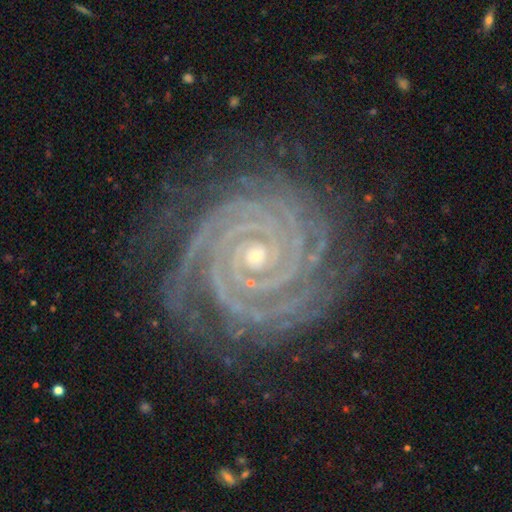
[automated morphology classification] The model was most divided on "spiral arm count": 2: 23%, 3: 21%, 4: 19%, more than 4: 16%, can't tell: 12%, 1: 9%. More confident: spiral arms — yes (99%); edge-on disk — no (98%); smooth or featured — featured or disk (92%); spiral winding — tight (91%); merging — none (79%); bulge size — small (70%); bar — no (64%).